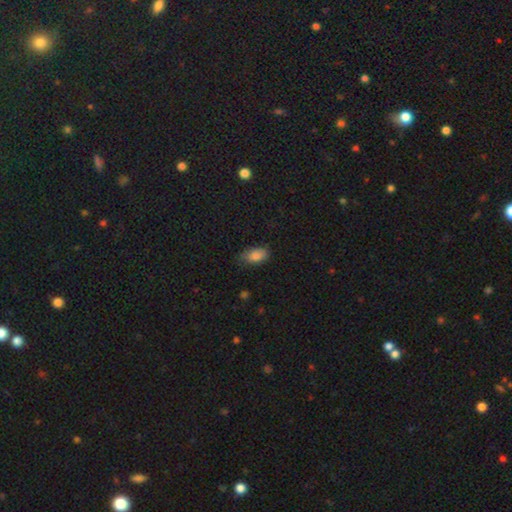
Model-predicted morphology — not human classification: Smooth or featured: smooth — 85% (star or artifact — 8%)
How rounded: in between — 91% (round — 6%)
Merging: none — 64% (minor disturbance — 28%)